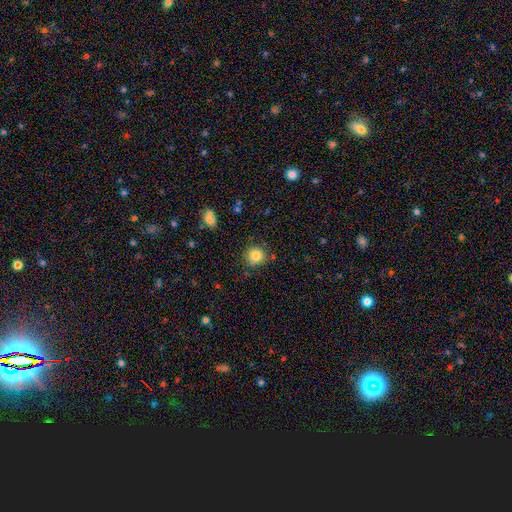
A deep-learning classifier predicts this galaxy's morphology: Smooth or featured?
  - smooth: 84% *
  - star or artifact: 11%
  - featured or disk: 6%
How rounded?
  - round: 91% *
  - in between: 8%
  - cigar-shaped: 1%
Merging?
  - none: 82% *
  - minor disturbance: 11%
  - merger: 3%
  - major disturbance: 3%